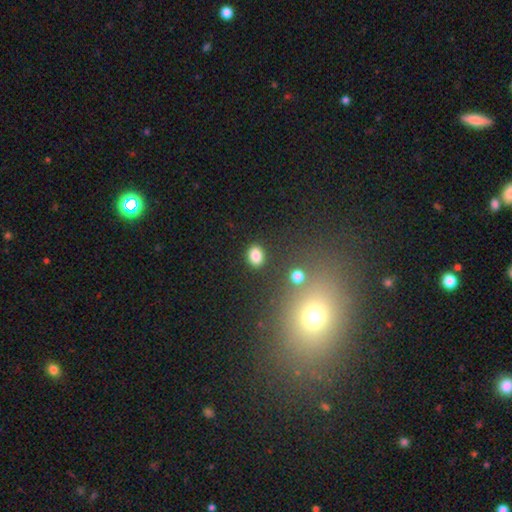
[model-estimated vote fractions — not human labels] This is clearly a smooth galaxy (84%). How rounded: likely in between (62%). Merging: clearly none (86%).